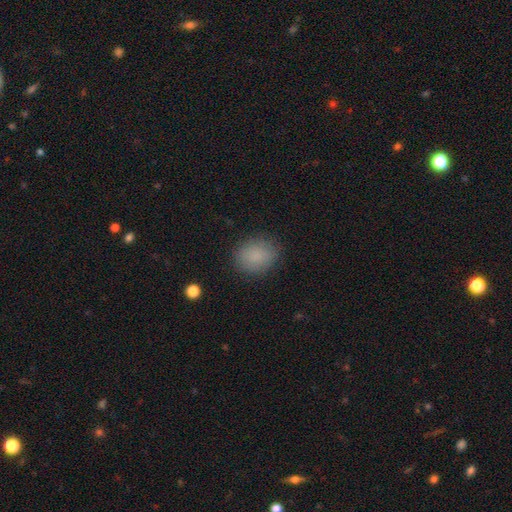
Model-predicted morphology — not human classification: smooth 86%, star or artifact 9%, featured or disk 5%. Down the decision tree: how rounded — in between (56%); merging — none (84%).